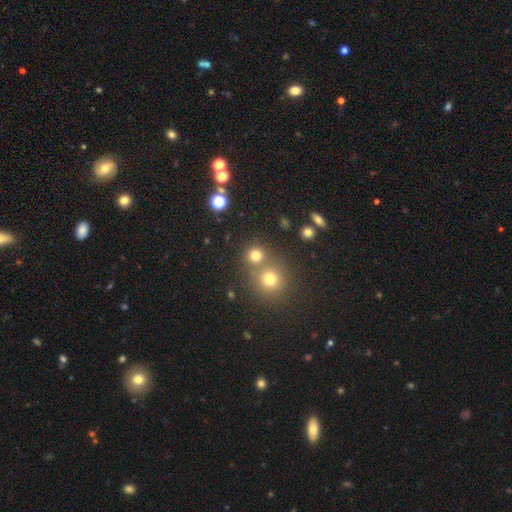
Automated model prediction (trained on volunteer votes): Smooth or featured? Predicted: smooth (p=0.75). How rounded? Predicted: round (p=0.90). Merging? Predicted: none (p=0.66).